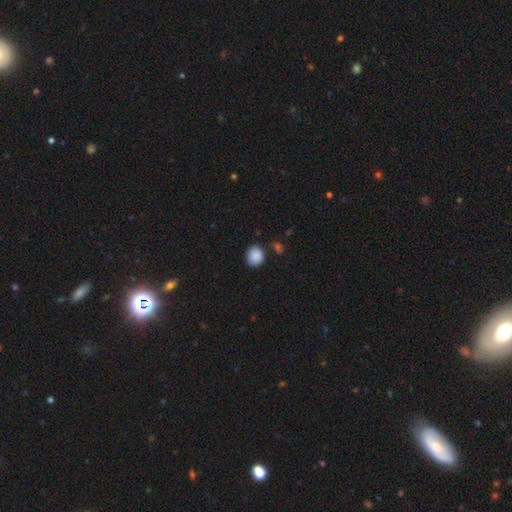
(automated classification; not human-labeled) Morphology: type=smooth (88%); roundness=round (74%); merging=none (80%).